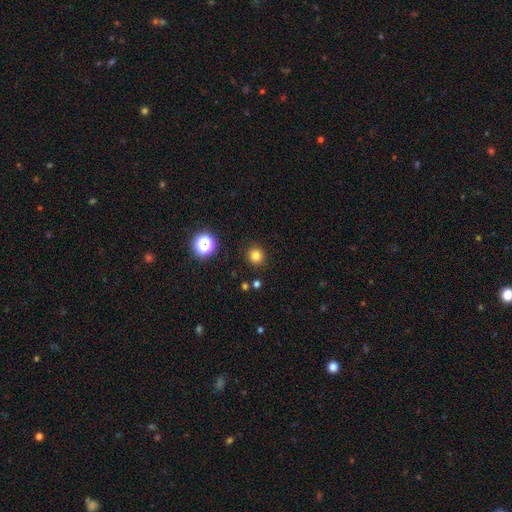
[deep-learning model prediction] Smooth or featured? Predicted: smooth (p=0.79). How rounded? Predicted: round (p=0.92). Merging? Predicted: none (p=0.90).